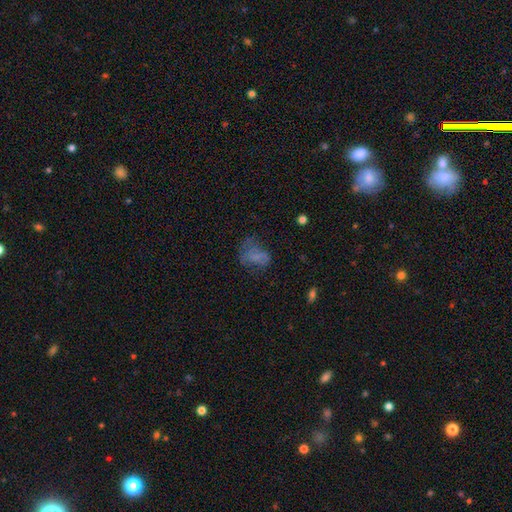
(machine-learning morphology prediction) The model was most divided on "merging": major disturbance: 39%, none: 34%, minor disturbance: 25%, merger: 3%. More confident: how rounded — in between (74%); smooth or featured — smooth (52%).